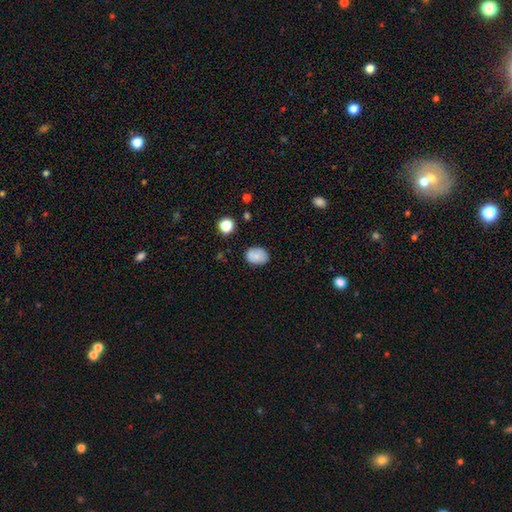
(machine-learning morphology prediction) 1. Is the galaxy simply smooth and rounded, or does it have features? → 83% smooth, 9% star or artifact, 8% featured or disk.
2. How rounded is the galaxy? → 72% in between, 27% round, 1% cigar-shaped.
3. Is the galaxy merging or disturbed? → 79% none, 16% minor disturbance, 3% major disturbance, 2% merger.